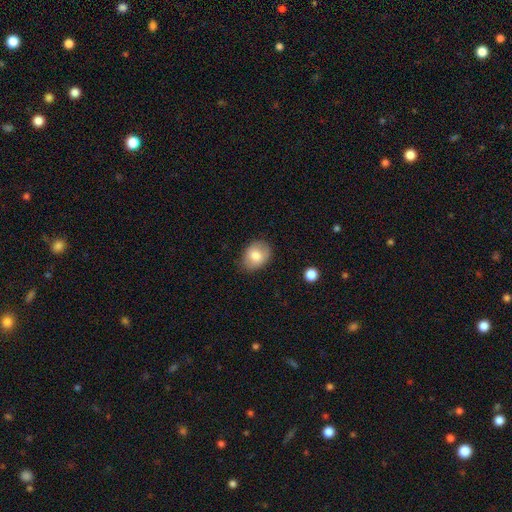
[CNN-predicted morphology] Overall: smooth (78%). How rounded: in between (65%; round 34%). Merging: none (76%).